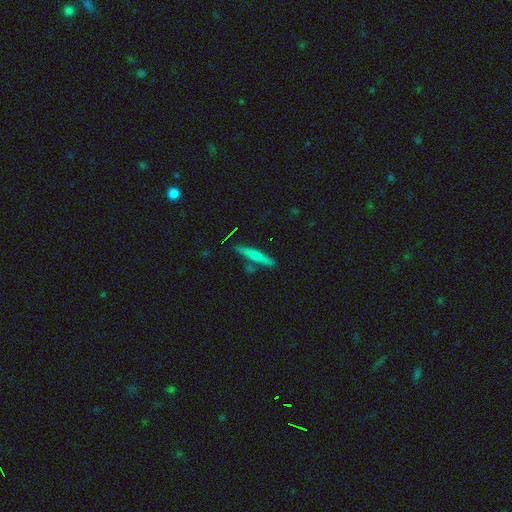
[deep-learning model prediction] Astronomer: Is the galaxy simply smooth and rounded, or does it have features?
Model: smooth — 65%.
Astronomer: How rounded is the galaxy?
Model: cigar-shaped — 93%.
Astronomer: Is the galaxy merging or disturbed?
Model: none — 81%.